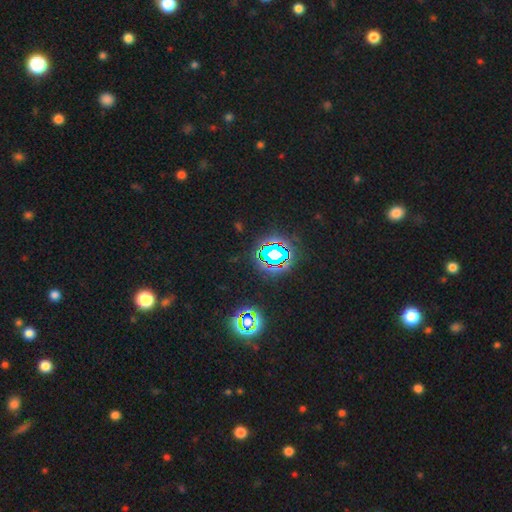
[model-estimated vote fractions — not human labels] Smooth or featured? star or artifact (80%)